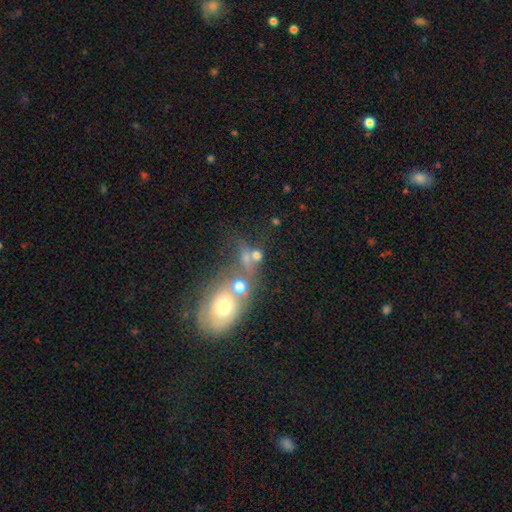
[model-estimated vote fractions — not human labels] Smooth or featured: smooth — 54% (featured or disk — 23%)
How rounded: round — 56% (in between — 39%)
Merging: merger — 47% (none — 32%)